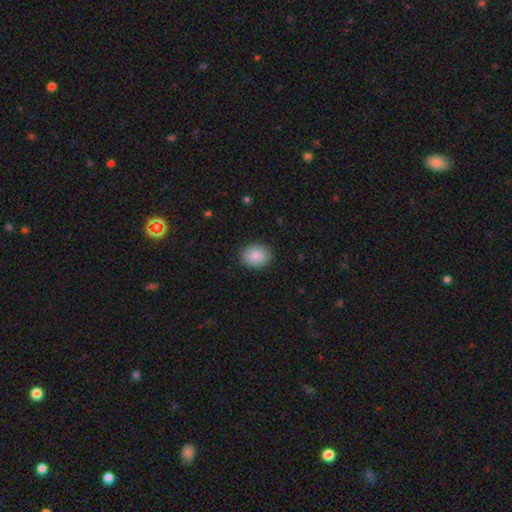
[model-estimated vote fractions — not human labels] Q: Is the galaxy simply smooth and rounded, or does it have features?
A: smooth — 89%.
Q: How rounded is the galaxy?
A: in between — 52%.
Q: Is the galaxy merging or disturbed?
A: none — 88%.